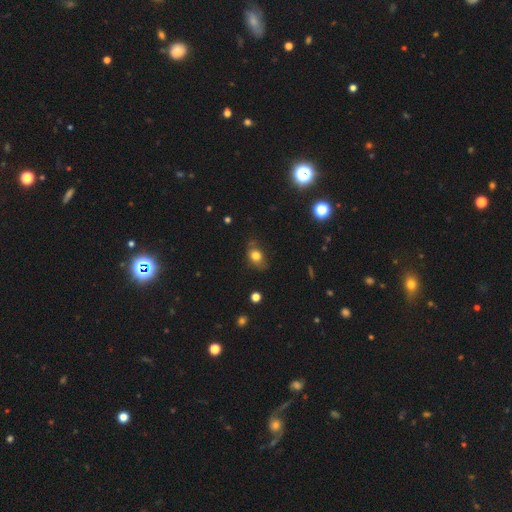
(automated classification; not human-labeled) Overall: smooth (76%). How rounded: in between (66%; round 33%). Merging: none (66%).